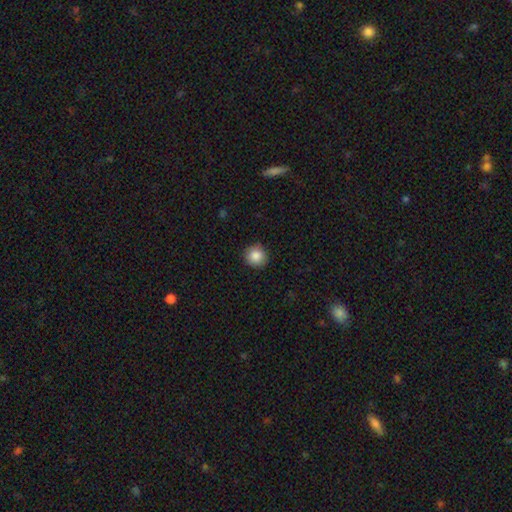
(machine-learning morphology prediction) Smooth or featured: smooth — 87% (star or artifact — 9%)
How rounded: round — 92% (in between — 7%)
Merging: none — 89% (minor disturbance — 8%)